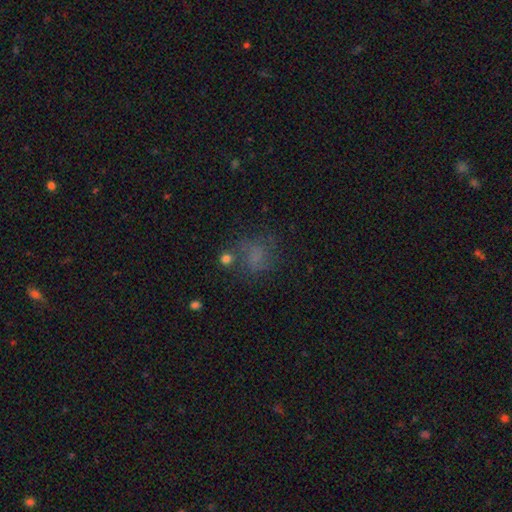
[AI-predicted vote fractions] Smooth or featured: smooth — 54% (star or artifact — 24%)
How rounded: round — 63% (in between — 36%)
Merging: none — 56% (minor disturbance — 19%)